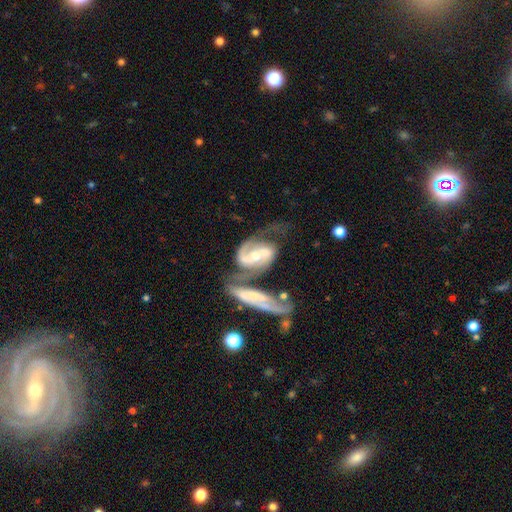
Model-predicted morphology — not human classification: Smooth or featured: featured or disk — 89% (smooth — 7%)
Edge-on disk: no — 96% (yes — 4%)
Bar: strong — 43% (weak — 37%)
Spiral arms: yes — 97% (no — 3%)
Spiral winding: medium — 52% (loose — 25%)
Spiral arm count: 2 — 90% (can't tell — 4%)
Bulge size: moderate — 52% (small — 44%)
Merging: merger — 43% (none — 33%)